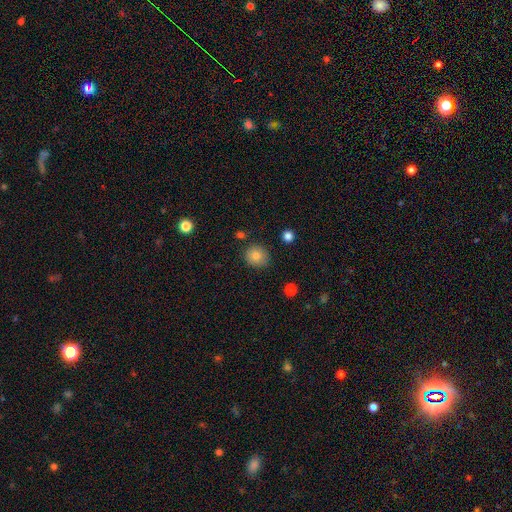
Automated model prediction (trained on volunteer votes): Q: Smooth or featured?
A: smooth (81%); runner-up: star or artifact (11%)
Q: How rounded?
A: round (88%); runner-up: in between (11%)
Q: Merging?
A: none (85%); runner-up: minor disturbance (10%)